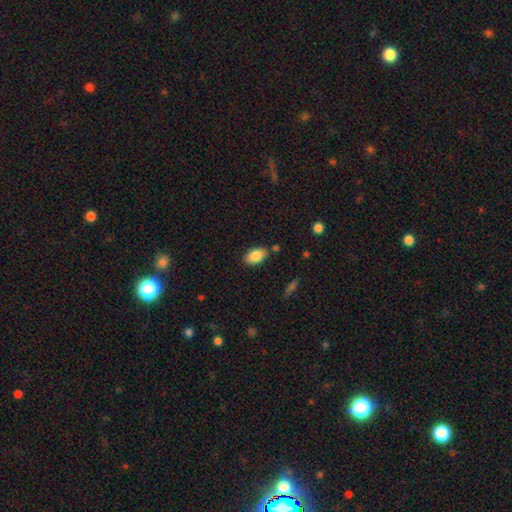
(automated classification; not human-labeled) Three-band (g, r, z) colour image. It shows a smooth galaxy with no disk features (85%) that is in between round and cigar-shaped (93%). Merging: none (82%).